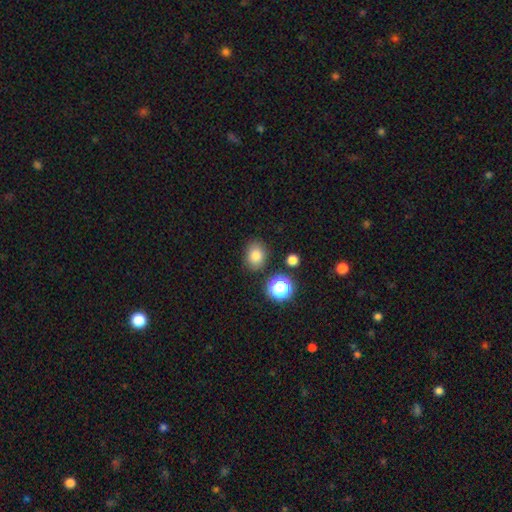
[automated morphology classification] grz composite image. It shows a smooth galaxy with no disk features (80%) that is round (52%). Merging: none (83%).